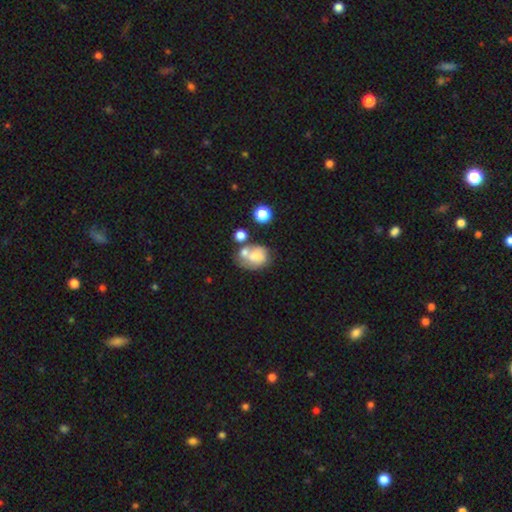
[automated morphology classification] A smooth galaxy with no disk features (62%) that is in between round and cigar-shaped (56%).

Vote fractions:
- Smooth or featured? smooth: 62% / featured or disk: 27% / star or artifact: 11%
- How rounded? in between: 56% / round: 43% / cigar-shaped: 1%
- Merging? merger: 43% / none: 27% / minor disturbance: 16% / major disturbance: 13%